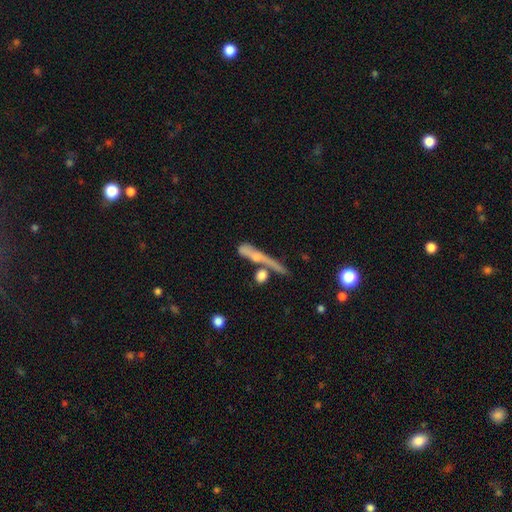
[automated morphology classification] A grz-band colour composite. It shows a smooth galaxy with no disk features (46%). Merging: none (41%).